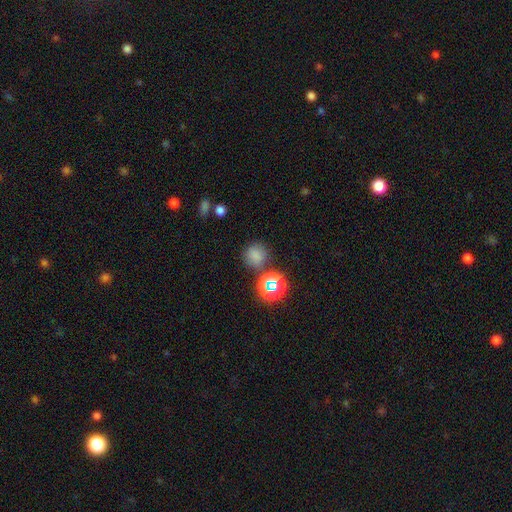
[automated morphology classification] The model was most divided on "smooth or featured": smooth: 71%, star or artifact: 22%, featured or disk: 7%. More confident: how rounded — round (86%); merging — none (74%).